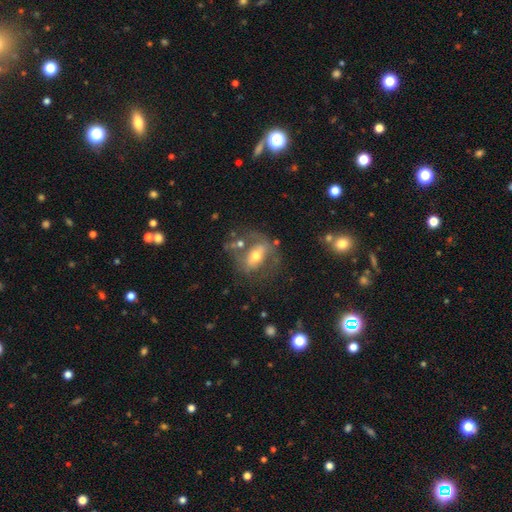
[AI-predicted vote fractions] Smooth or featured?
  - featured or disk: 58% *
  - smooth: 33%
  - star or artifact: 8%
Edge-on disk?
  - no: 86% *
  - yes: 14%
Bar?
  - strong: 41% *
  - no: 31%
  - weak: 29%
Spiral arms?
  - no: 64% *
  - yes: 36%
Bulge size?
  - moderate: 70% *
  - small: 18%
  - large: 10%
  - dominant: 1%
  - none: 1%
Merging?
  - none: 53% *
  - minor disturbance: 20%
  - major disturbance: 18%
  - merger: 9%